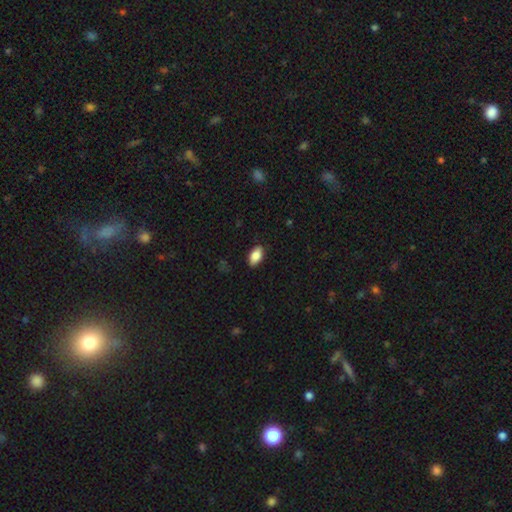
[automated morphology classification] Smooth or featured: smooth — 86% (featured or disk — 7%)
How rounded: in between — 93% (round — 4%)
Merging: none — 86% (minor disturbance — 11%)